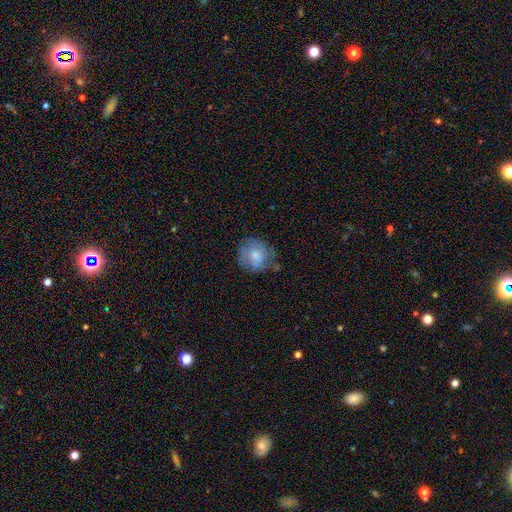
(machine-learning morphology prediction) A smooth galaxy with no disk features (60%) that is round (81%). Merging: none (54%).